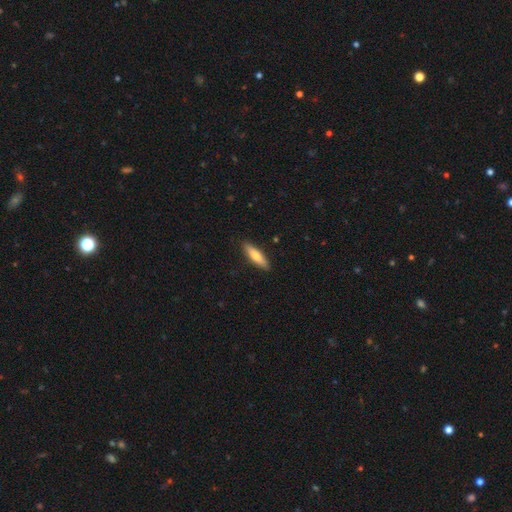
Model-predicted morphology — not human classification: Smooth or featured: smooth — 72% (featured or disk — 22%)
How rounded: cigar-shaped — 67% (in between — 32%)
Merging: none — 88% (minor disturbance — 9%)